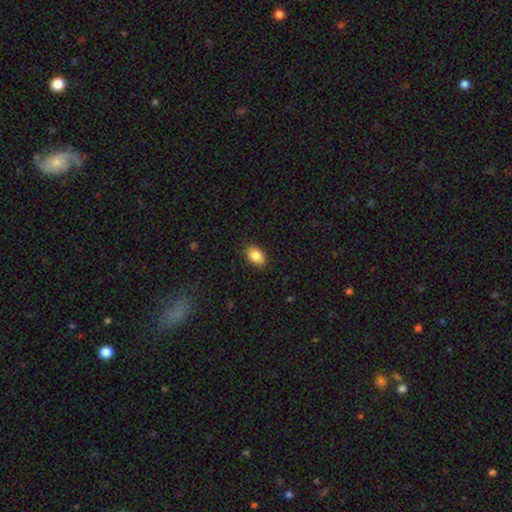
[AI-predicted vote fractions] Overall: smooth (87%). How rounded: in between (88%). Merging: none (87%).